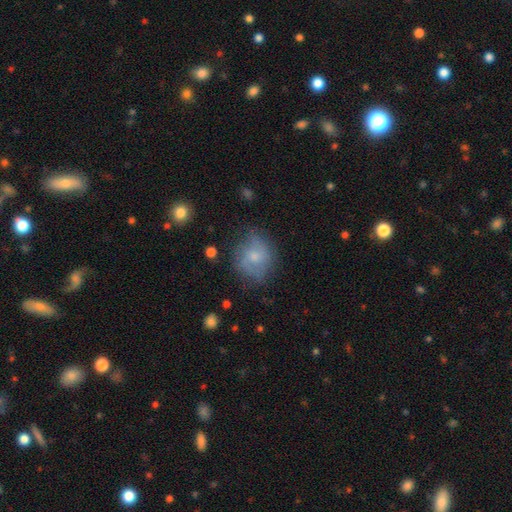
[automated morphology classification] This appears to be a smooth galaxy with no disk features (48%). Merging: none (64%).